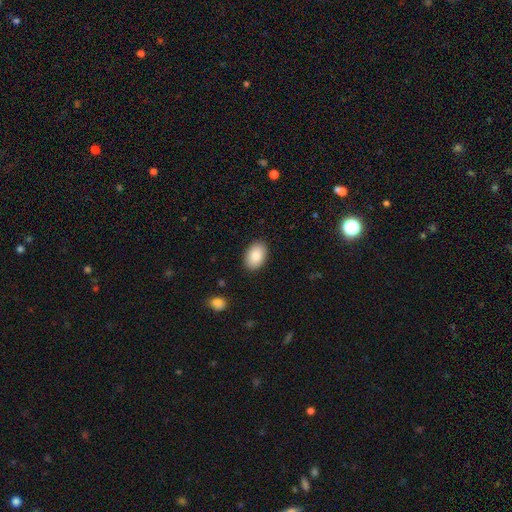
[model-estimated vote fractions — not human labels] smooth 88%, star or artifact 6%, featured or disk 6%. Down the decision tree: how rounded — in between (89%); merging — none (89%).